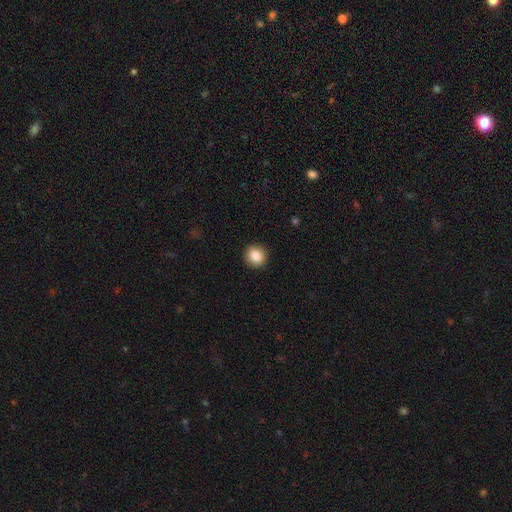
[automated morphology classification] Smooth or featured: smooth — 84% (star or artifact — 9%)
How rounded: round — 88% (in between — 11%)
Merging: none — 92% (minor disturbance — 5%)